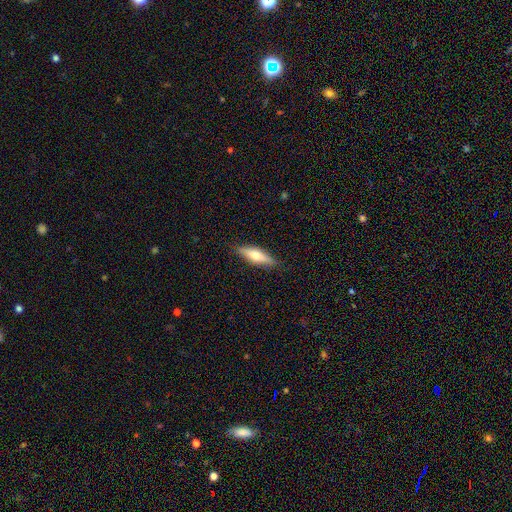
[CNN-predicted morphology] This appears to be a smooth galaxy with no disk features (50%) that is cigar-shaped (58%). Merging: none (87%).